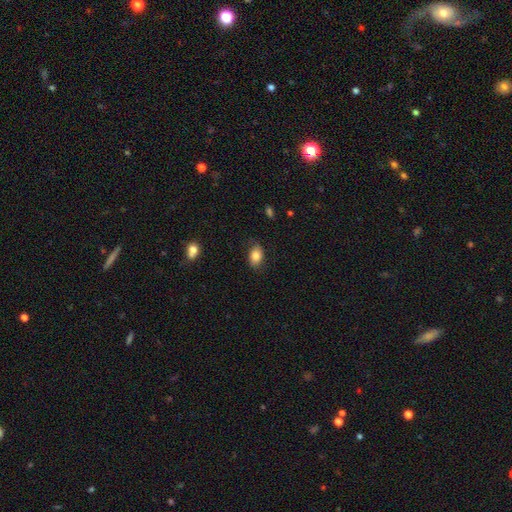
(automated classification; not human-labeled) smooth-or-featured: smooth: 84% | star or artifact: 8% | featured or disk: 8%
  how-rounded: in between: 84% | round: 15% | cigar-shaped: 1%
  merging: none: 78% | minor disturbance: 17% | major disturbance: 4% | merger: 1%